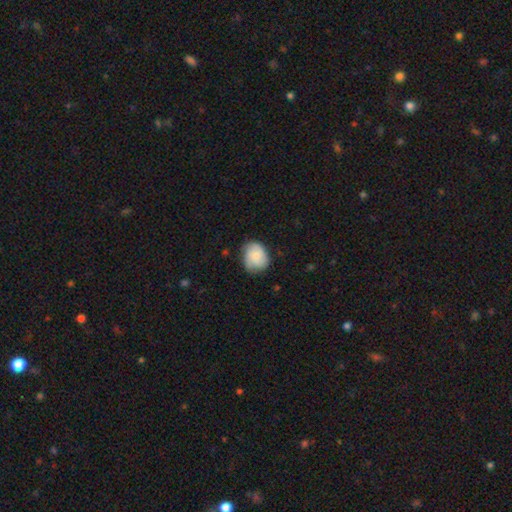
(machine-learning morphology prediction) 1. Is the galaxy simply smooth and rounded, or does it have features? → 61% smooth, 32% featured or disk, 7% star or artifact.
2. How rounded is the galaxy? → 60% round, 39% in between, 1% cigar-shaped.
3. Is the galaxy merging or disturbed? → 70% none, 23% minor disturbance, 5% major disturbance, 1% merger.